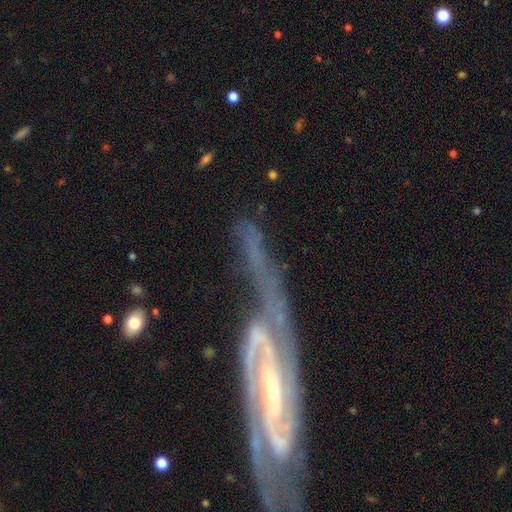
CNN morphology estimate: A featured or disk galaxy (72%) with no bar (42%), spiral arms (73%) and a small central bulge (53%).

Vote fractions:
- Smooth or featured? featured or disk: 72% / smooth: 18% / star or artifact: 11%
- Edge-on disk? no: 80% / yes: 20%
- Bar? no: 42% / weak: 29% / strong: 29%
- Spiral arms? yes: 73% / no: 27%
- Bulge size? small: 53% / moderate: 23% / none: 19% / large: 4% / dominant: 2%
- Merging? major disturbance: 35% / none: 27% / merger: 23% / minor disturbance: 16%